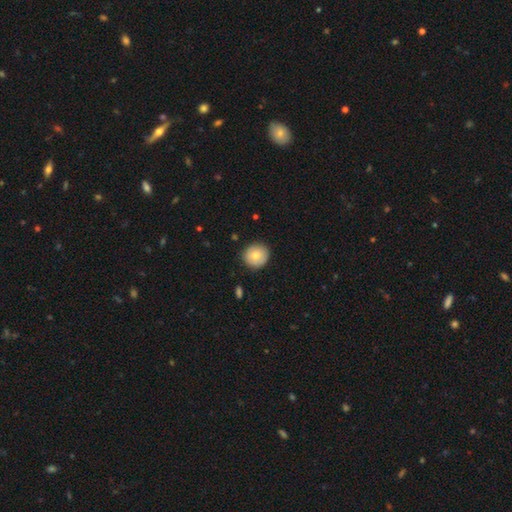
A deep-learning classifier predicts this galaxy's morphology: Smooth or featured: smooth — 79% (featured or disk — 14%)
How rounded: round — 90% (in between — 9%)
Merging: none — 88% (minor disturbance — 9%)